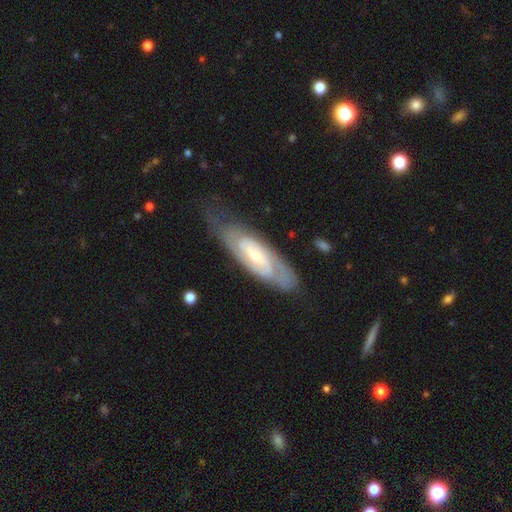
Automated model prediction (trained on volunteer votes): Morphology: type=featured or disk (80%); edge-on=no (88%); bar=no (42%); spiral arms=yes (93%); winding=tight (59%); arm count=2 (59%); bulge=small (59%); merging=none (64%).